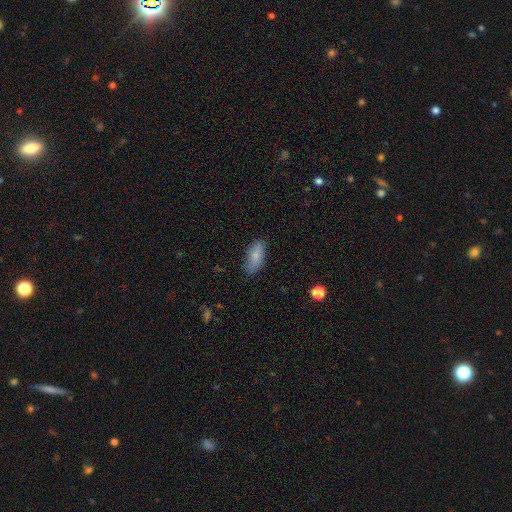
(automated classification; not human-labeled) A smooth galaxy with no disk features (81%) that is in between round and cigar-shaped (86%).

Vote fractions:
- Smooth or featured? smooth: 81% / featured or disk: 12% / star or artifact: 7%
- How rounded? in between: 86% / cigar-shaped: 12% / round: 2%
- Merging? none: 75% / minor disturbance: 20% / major disturbance: 4% / merger: 1%